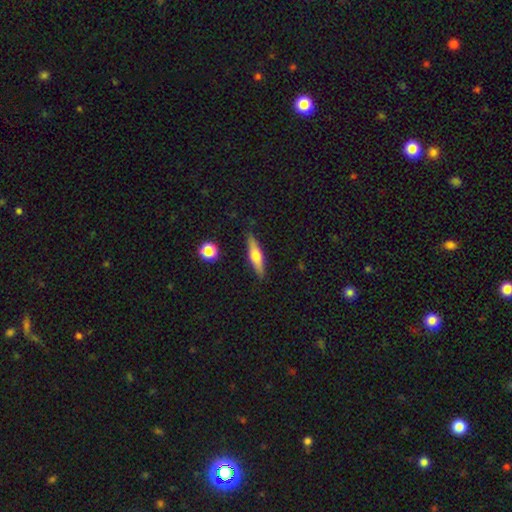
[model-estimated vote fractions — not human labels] Morphology: type=smooth (49%); merging=none (86%).